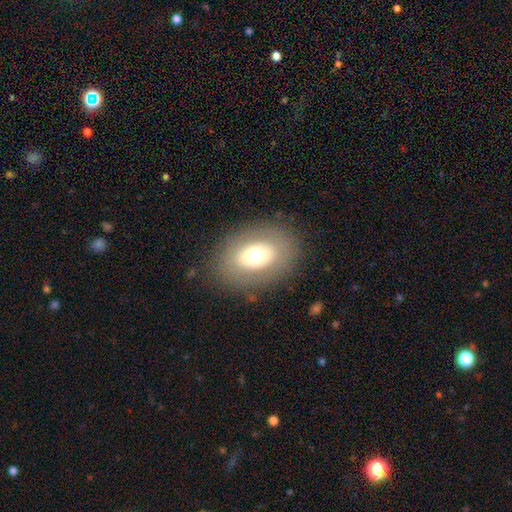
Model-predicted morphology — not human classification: smooth-or-featured: smooth: 62% | featured or disk: 28% | star or artifact: 10%
  how-rounded: in between: 71% | round: 28% | cigar-shaped: 1%
  merging: none: 82% | minor disturbance: 11% | major disturbance: 6% | merger: 1%